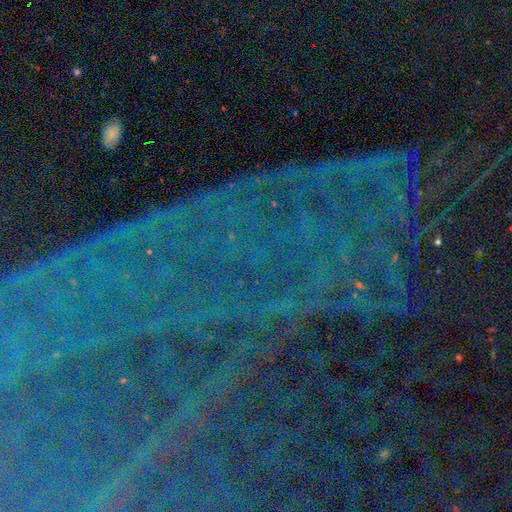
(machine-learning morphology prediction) Smooth or featured? Predicted: star or artifact (p=0.86).